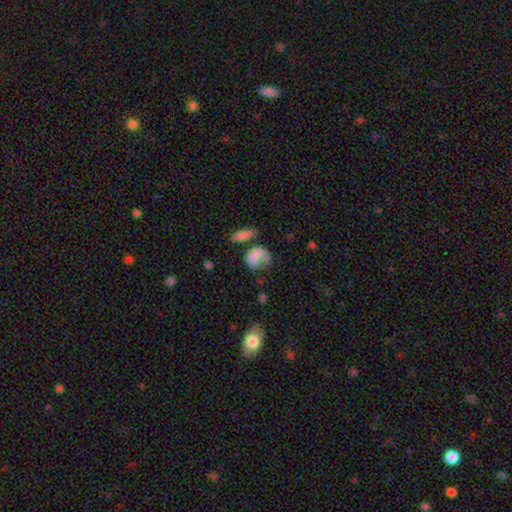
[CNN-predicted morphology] Smooth or featured?
  - smooth: 70% *
  - featured or disk: 20%
  - star or artifact: 10%
How rounded?
  - in between: 55% *
  - round: 42%
  - cigar-shaped: 3%
Merging?
  - none: 34% *
  - major disturbance: 30%
  - minor disturbance: 23%
  - merger: 13%